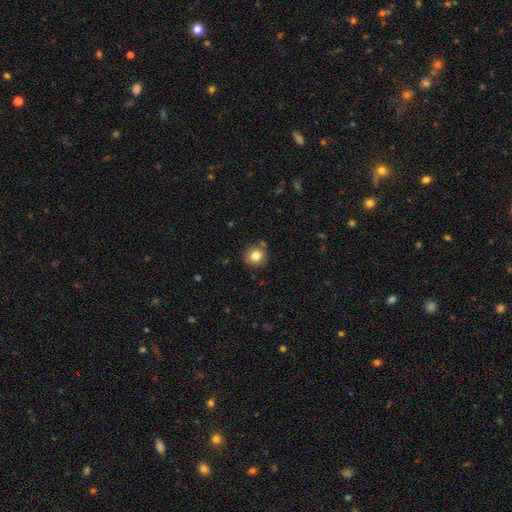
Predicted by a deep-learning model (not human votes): Smooth or featured? smooth (81%)
How rounded? round (93%)
Merging? none (84%)